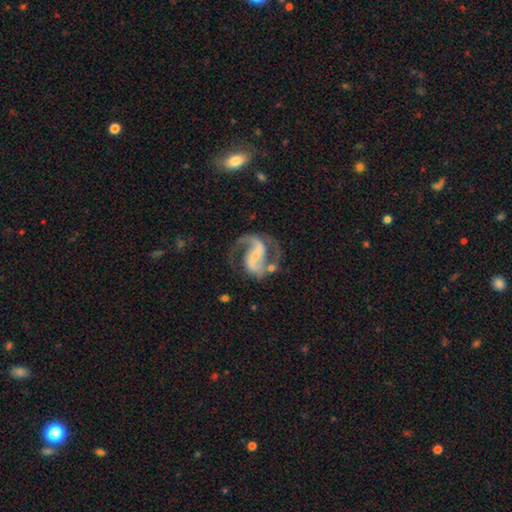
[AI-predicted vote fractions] smooth_or_featured: featured or disk (p=0.91) [alt: star or artifact p=0.05]
disk_edge_on: no (p=0.98) [alt: yes p=0.02]
bar: strong (p=0.47) [alt: weak p=0.37]
has_spiral_arms: yes (p=0.97) [alt: no p=0.03]
spiral_winding: medium (p=0.59) [alt: loose p=0.28]
spiral_arm_count: 2 (p=0.92) [alt: 1 p=0.03]
bulge_size: small (p=0.57) [alt: moderate p=0.21]
merging: none (p=0.69) [alt: minor disturbance p=0.16]